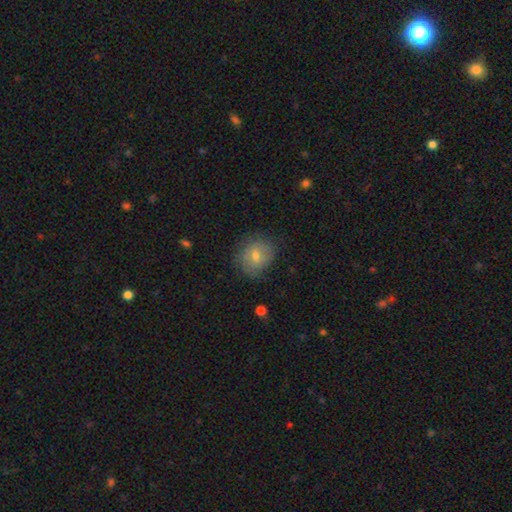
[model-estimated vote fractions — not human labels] Smooth or featured? Predicted: smooth (p=0.63). How rounded? Predicted: round (p=0.66). Merging? Predicted: none (p=0.73).